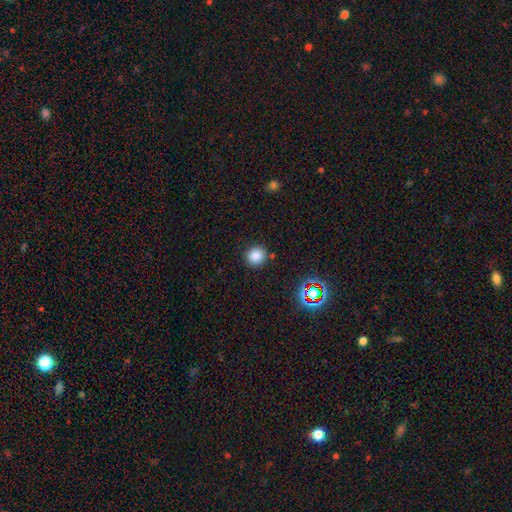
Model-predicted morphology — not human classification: type=smooth (82%); roundness=round (88%); merging=none (87%).